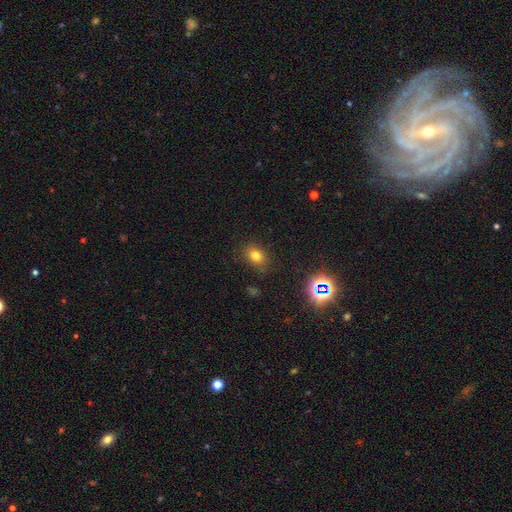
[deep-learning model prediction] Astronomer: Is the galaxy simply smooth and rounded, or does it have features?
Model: smooth — 76%.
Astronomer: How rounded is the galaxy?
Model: in between — 59% (runner-up: round, 40%).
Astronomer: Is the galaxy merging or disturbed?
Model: none — 79%.